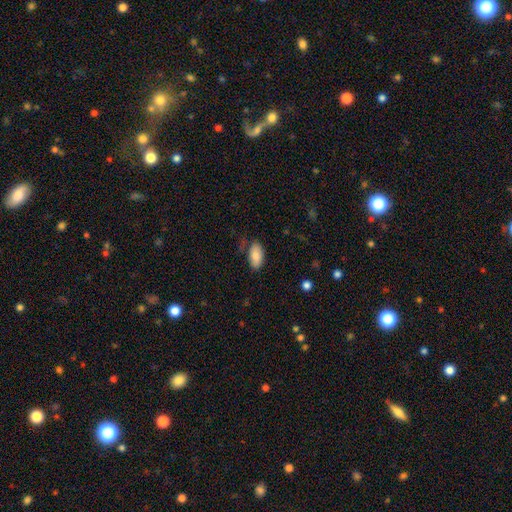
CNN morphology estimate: smooth 84%, featured or disk 9%, star or artifact 7%. Down the decision tree: how rounded — in between (94%); merging — none (72%).